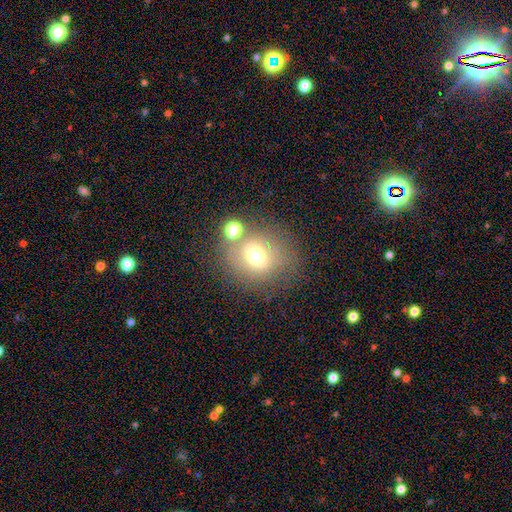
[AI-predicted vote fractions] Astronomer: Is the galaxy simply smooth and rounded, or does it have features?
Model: smooth — 59%.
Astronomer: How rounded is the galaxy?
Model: round — 68%.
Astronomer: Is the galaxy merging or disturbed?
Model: none — 58%.